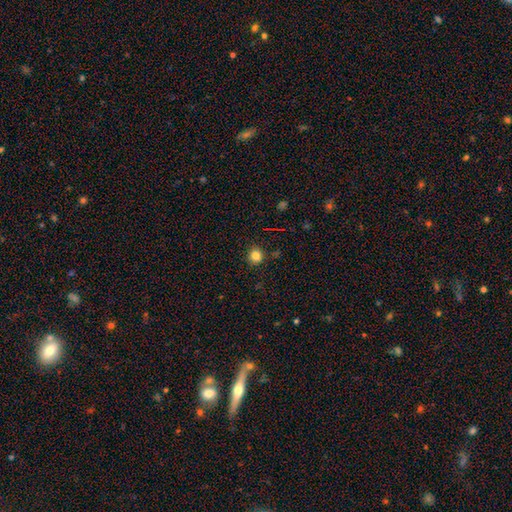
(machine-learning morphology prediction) A smooth galaxy with no disk features (82%) that is round (90%).

Vote fractions:
- Smooth or featured? smooth: 82% / star or artifact: 13% / featured or disk: 6%
- How rounded? round: 90% / in between: 9% / cigar-shaped: 1%
- Merging? none: 89% / minor disturbance: 7% / major disturbance: 2% / merger: 2%